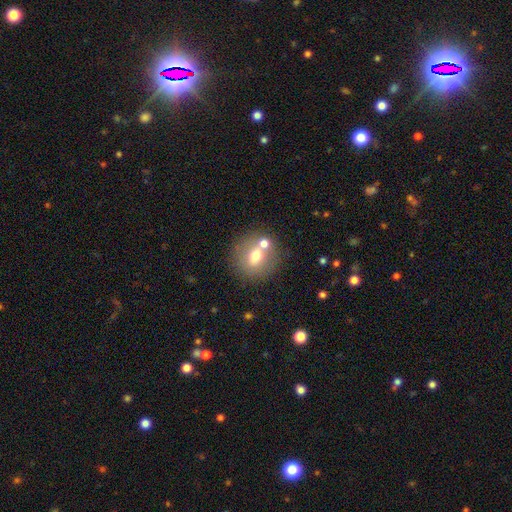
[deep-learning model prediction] This is likely a smooth galaxy (63%). How rounded: clearly round (81%). Merging: likely none (64%).